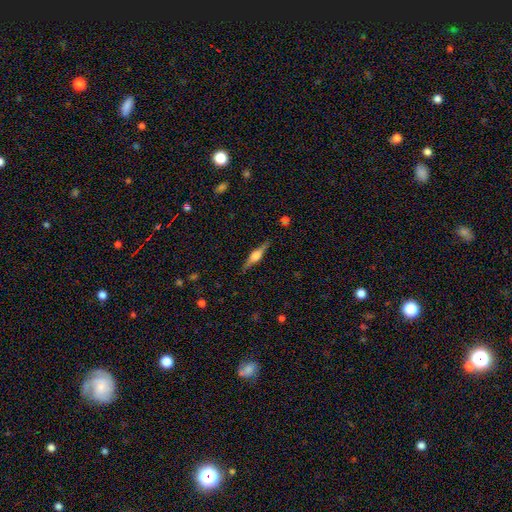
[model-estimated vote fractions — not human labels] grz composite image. It shows a featured or disk galaxy (68%) viewed edge-on (97%) with a rounded central bulge (86%). Merging: none (88%).